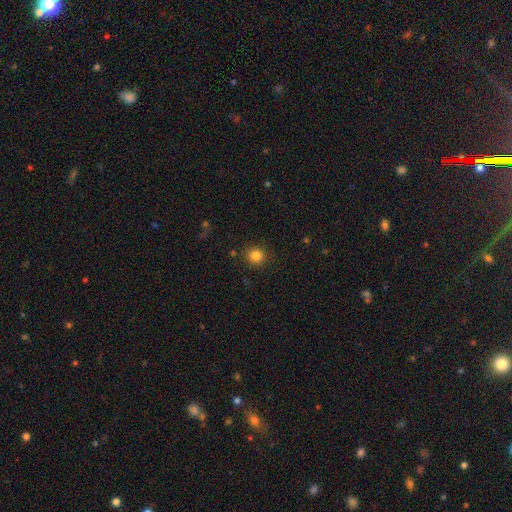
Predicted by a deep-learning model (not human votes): Smooth or featured? Predicted: smooth (p=0.83). How rounded? Predicted: round (p=0.90). Merging? Predicted: none (p=0.88).